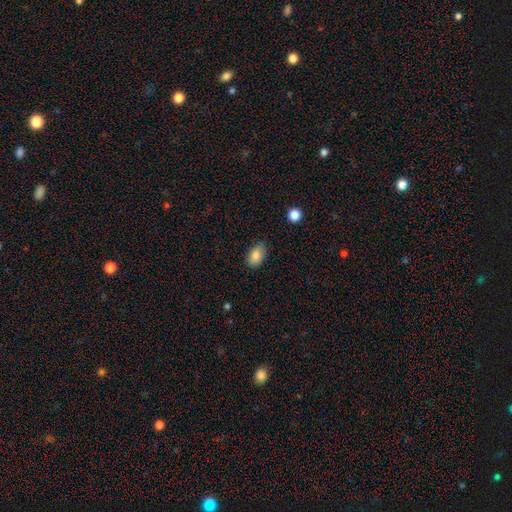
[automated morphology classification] type=smooth (86%); roundness=in between (89%); merging=none (80%).